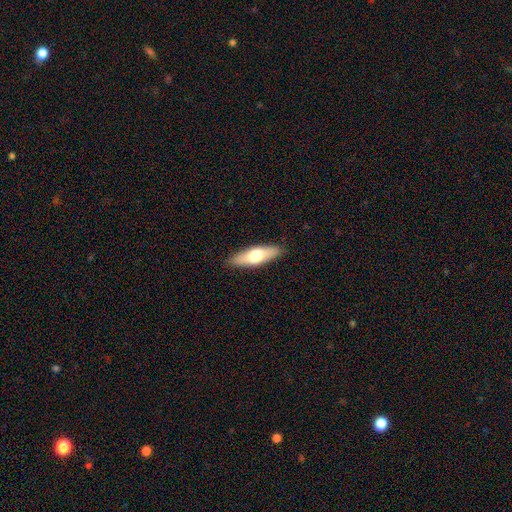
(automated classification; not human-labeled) Smooth or featured? smooth (59%)
How rounded? in between (52%)
Merging? none (88%)